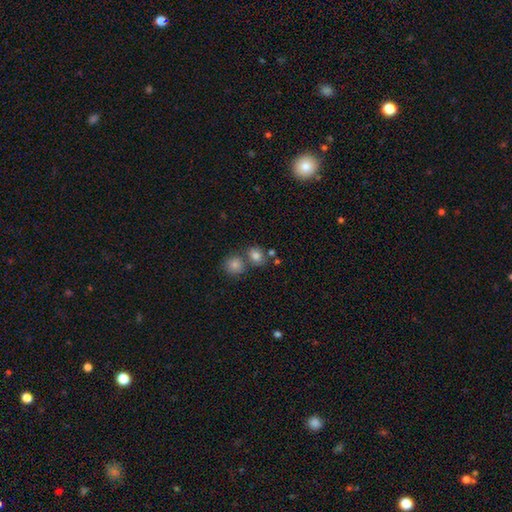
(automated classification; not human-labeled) smooth-or-featured: smooth: 80% | star or artifact: 11% | featured or disk: 9%
  how-rounded: round: 60% | in between: 38% | cigar-shaped: 1%
  merging: none: 54% | merger: 31% | minor disturbance: 11% | major disturbance: 4%